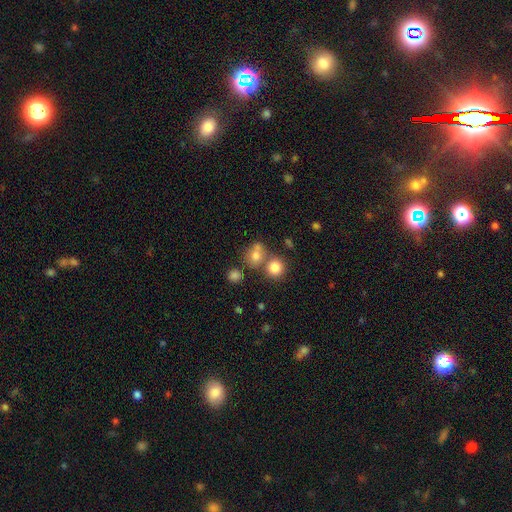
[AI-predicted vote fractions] smooth-or-featured: smooth: 75% | star or artifact: 14% | featured or disk: 11%
  how-rounded: round: 73% | in between: 26% | cigar-shaped: 1%
  merging: none: 50% | merger: 36% | minor disturbance: 10% | major disturbance: 4%